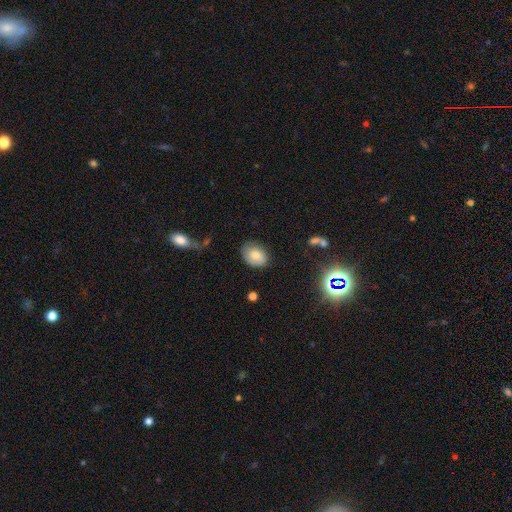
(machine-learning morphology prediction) Overall: smooth (75%). How rounded: in between (72%). Merging: none (68%).